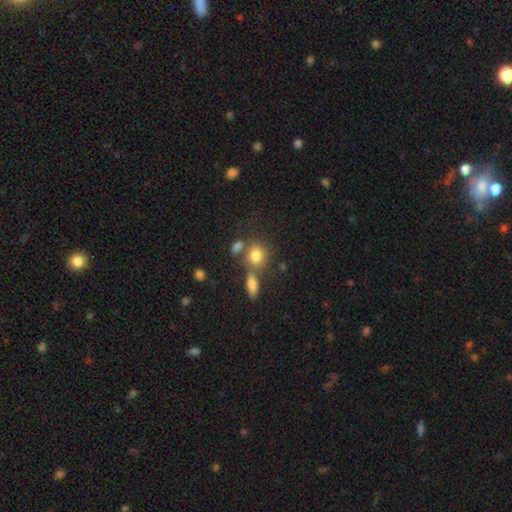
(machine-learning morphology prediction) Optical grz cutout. It shows a smooth galaxy with no disk features (80%) that is round (65%). Merging: none (55%).